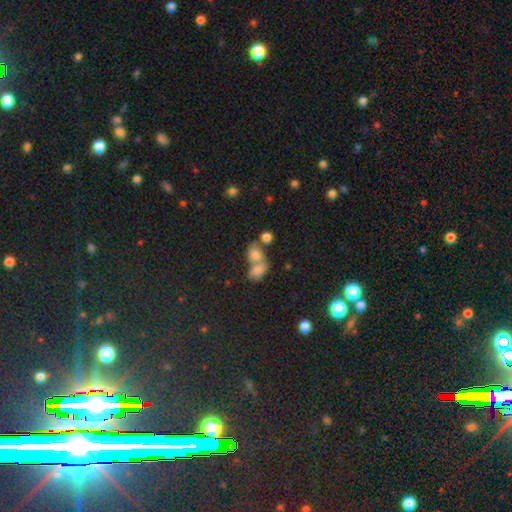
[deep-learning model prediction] Smooth or featured? smooth (72%)
How rounded? in between (64%)
Merging? merger (64%)